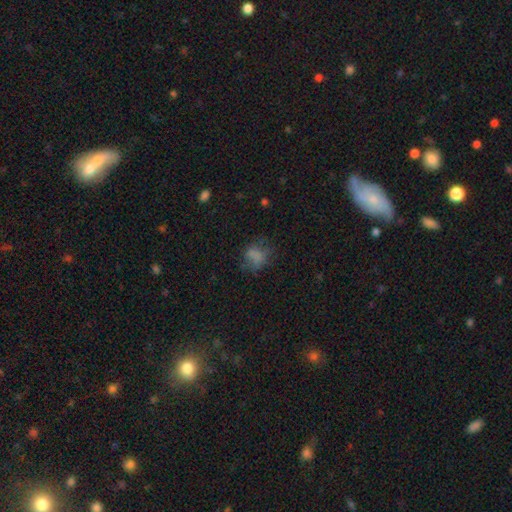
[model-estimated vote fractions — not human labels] Q: Smooth or featured?
A: smooth (63%); runner-up: featured or disk (21%)
Q: How rounded?
A: round (52%); runner-up: in between (46%)
Q: Merging?
A: none (48%); runner-up: major disturbance (24%)